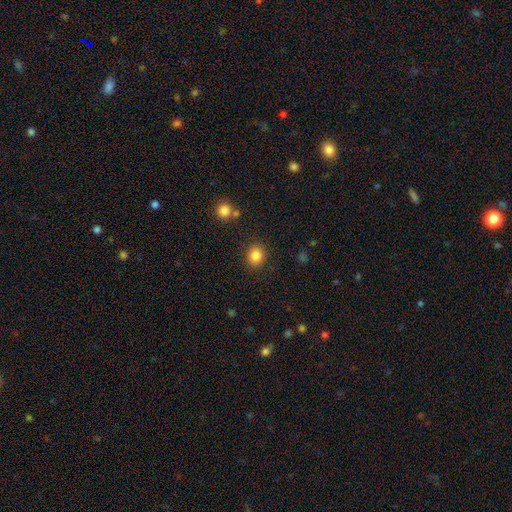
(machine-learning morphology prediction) smooth-or-featured: smooth: 84% | star or artifact: 11% | featured or disk: 5%
  how-rounded: round: 79% | in between: 20% | cigar-shaped: 1%
  merging: none: 88% | minor disturbance: 7% | major disturbance: 3% | merger: 2%